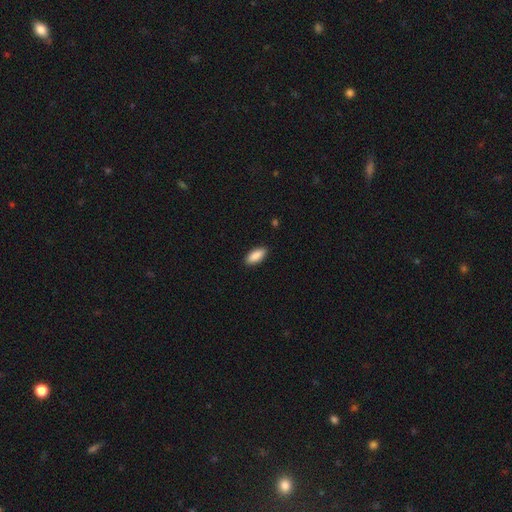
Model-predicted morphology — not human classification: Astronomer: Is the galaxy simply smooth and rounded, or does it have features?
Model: smooth — 90%.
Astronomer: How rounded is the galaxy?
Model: in between — 84%.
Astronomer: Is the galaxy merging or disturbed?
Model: none — 89%.